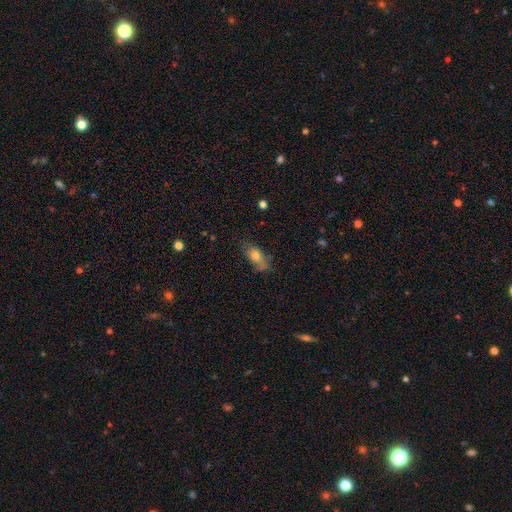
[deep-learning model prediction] smooth_or_featured: smooth (p=0.67) [alt: featured or disk p=0.23]
how_rounded: in between (p=0.80) [alt: cigar-shaped p=0.14]
merging: none (p=0.58) [alt: minor disturbance p=0.28]